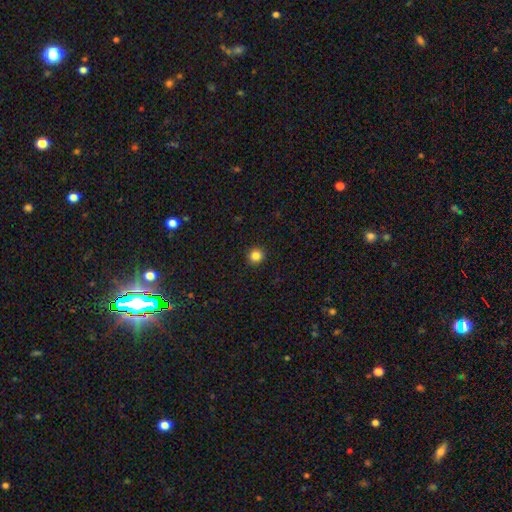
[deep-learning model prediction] A smooth galaxy with no disk features (85%) that is round (93%). Merging: none (93%).